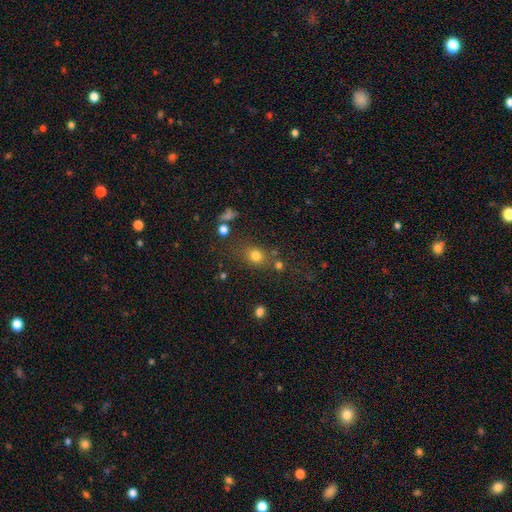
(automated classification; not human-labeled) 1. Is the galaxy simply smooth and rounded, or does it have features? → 76% smooth, 16% star or artifact, 8% featured or disk.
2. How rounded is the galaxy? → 64% round, 35% in between, 2% cigar-shaped.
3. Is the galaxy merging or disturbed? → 67% none, 14% minor disturbance, 12% merger, 8% major disturbance.